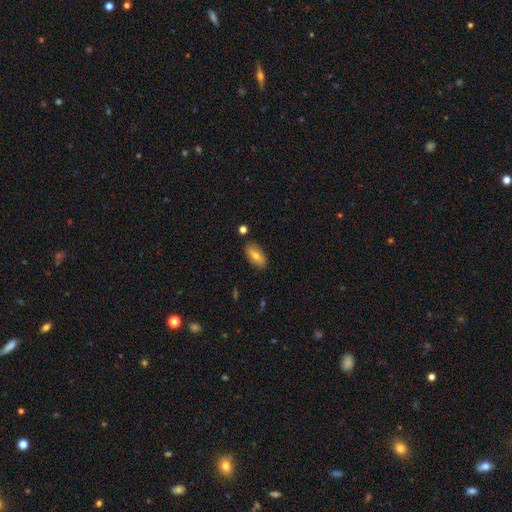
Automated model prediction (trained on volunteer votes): Overall: smooth (65%; featured or disk 27%). How rounded: in between (85%). Merging: none (85%).